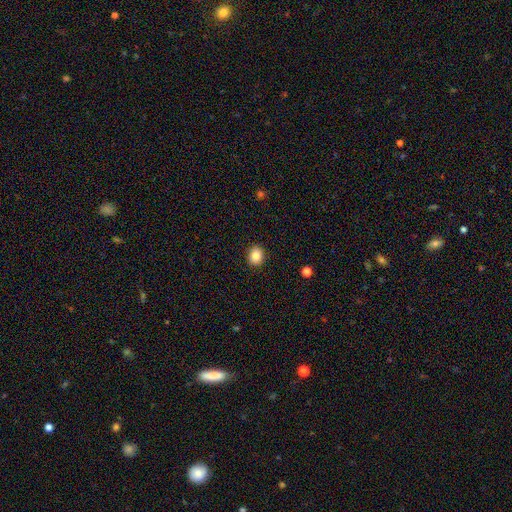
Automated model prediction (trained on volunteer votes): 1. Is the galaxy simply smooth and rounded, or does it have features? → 87% smooth, 9% star or artifact, 4% featured or disk.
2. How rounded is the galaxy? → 60% round, 39% in between, 1% cigar-shaped.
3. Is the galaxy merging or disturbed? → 91% none, 6% minor disturbance, 2% major disturbance, 1% merger.